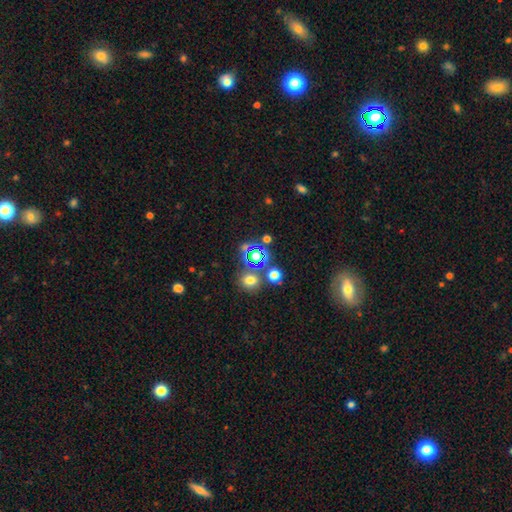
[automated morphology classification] type=star or artifact (48%).